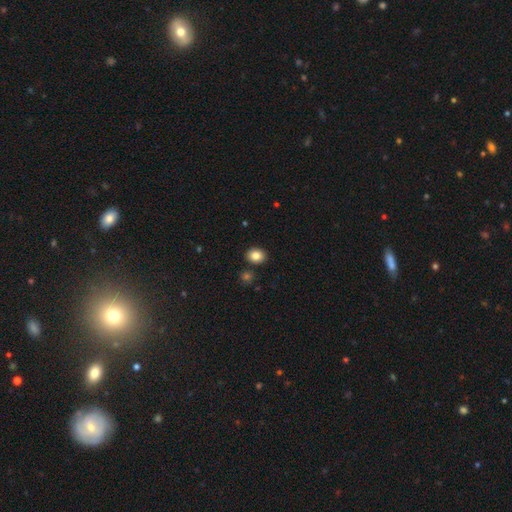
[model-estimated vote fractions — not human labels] A smooth galaxy with no disk features (85%) that is in between round and cigar-shaped (51%).

Vote fractions:
- Smooth or featured? smooth: 85% / star or artifact: 9% / featured or disk: 6%
- How rounded? in between: 51% / round: 48% / cigar-shaped: 1%
- Merging? none: 86% / minor disturbance: 8% / merger: 4% / major disturbance: 2%